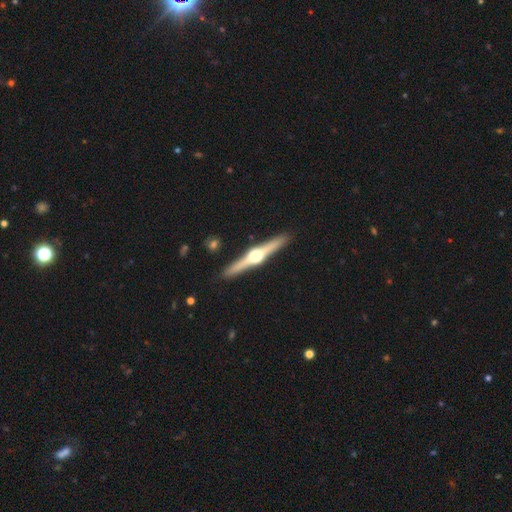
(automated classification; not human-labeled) Smooth or featured? featured or disk (81%)
Edge-on disk? yes (98%)
Edge-on bulge? rounded (96%)
Merging? none (91%)